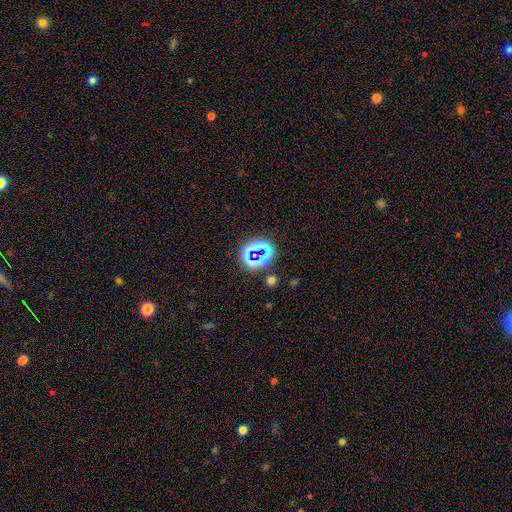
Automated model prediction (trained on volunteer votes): Smooth or featured: star or artifact — 65% (smooth — 24%)